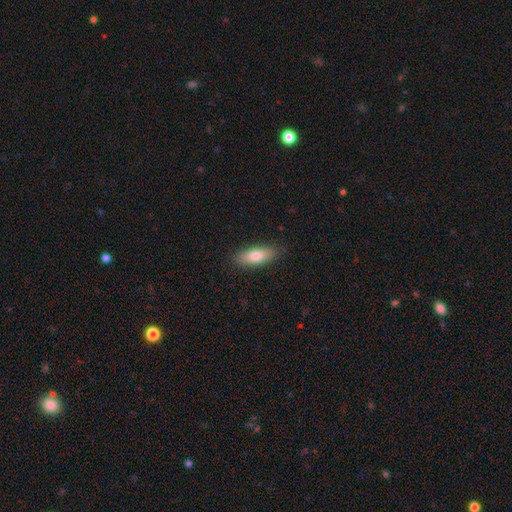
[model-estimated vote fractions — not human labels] Overall: smooth (79%). How rounded: in between (71%). Merging: none (87%).